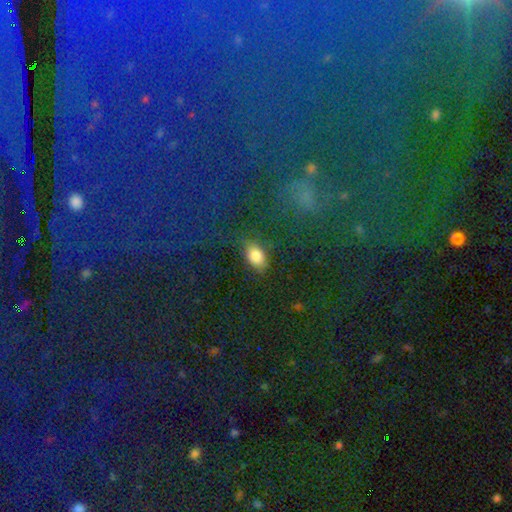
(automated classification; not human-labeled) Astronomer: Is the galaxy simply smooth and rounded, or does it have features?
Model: smooth — 81%.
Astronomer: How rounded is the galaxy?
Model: in between — 86%.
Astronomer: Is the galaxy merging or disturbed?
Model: none — 76%.